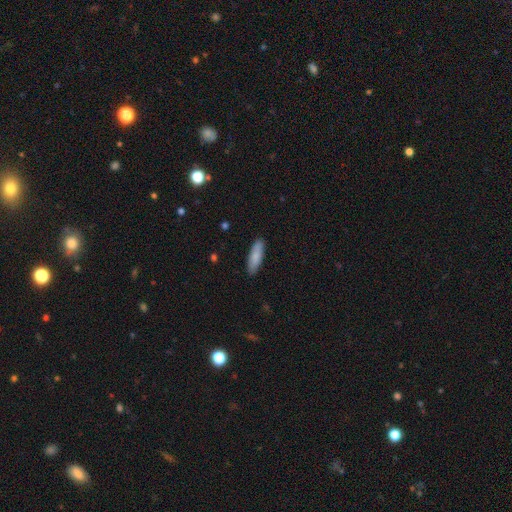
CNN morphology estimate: Smooth or featured? smooth (83%)
How rounded? cigar-shaped (55%)
Merging? none (88%)